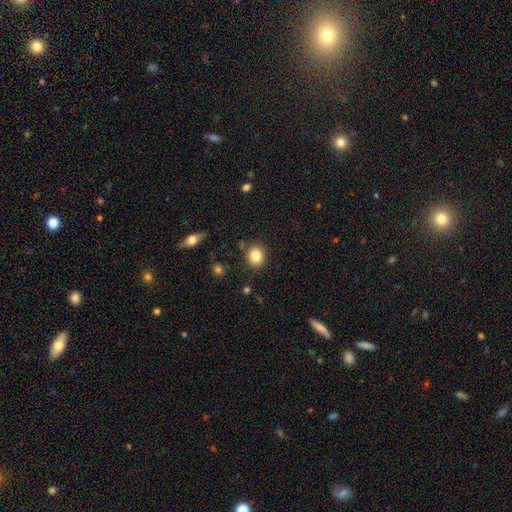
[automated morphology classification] This is clearly a smooth galaxy (83%). How rounded: likely round (67%). Merging: clearly none (85%).